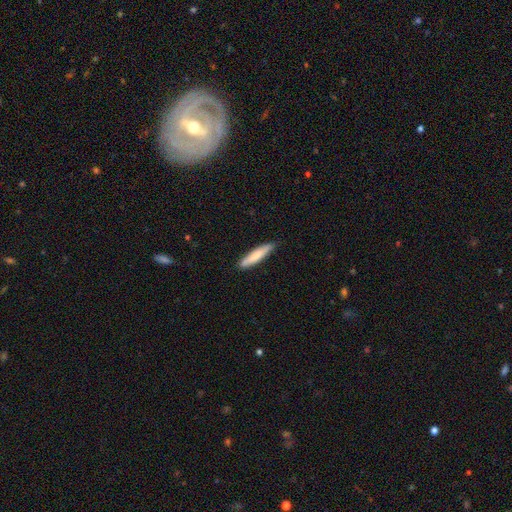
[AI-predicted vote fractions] A smooth galaxy with no disk features (75%) that is cigar-shaped (88%). Merging: none (85%).